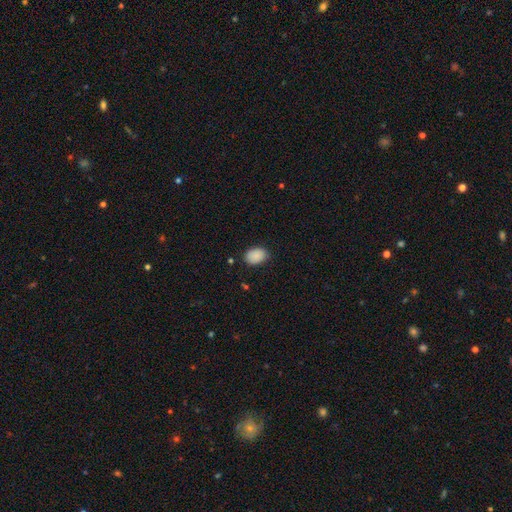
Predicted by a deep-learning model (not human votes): smooth 89%, star or artifact 8%, featured or disk 3%. Down the decision tree: how rounded — in between (81%); merging — none (84%).